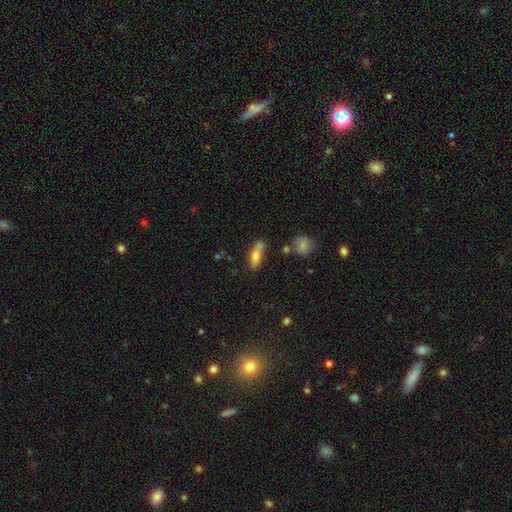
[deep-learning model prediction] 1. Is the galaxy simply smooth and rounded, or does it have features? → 64% smooth, 28% featured or disk, 8% star or artifact.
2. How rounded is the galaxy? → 49% in between, 48% cigar-shaped, 4% round.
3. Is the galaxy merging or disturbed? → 64% none, 19% minor disturbance, 11% merger, 6% major disturbance.